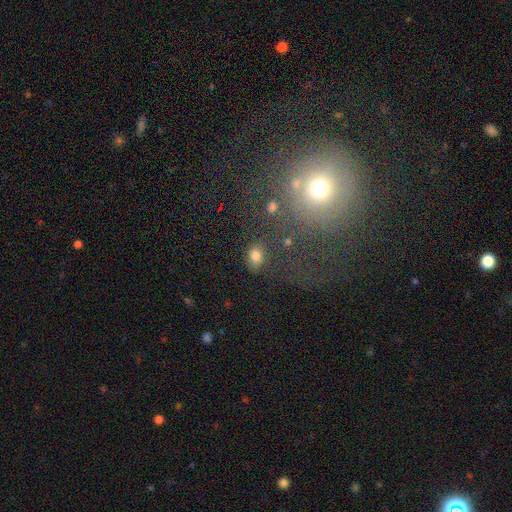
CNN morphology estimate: Smooth or featured? Predicted: smooth (p=0.79). How rounded? Predicted: in between (p=0.67). Merging? Predicted: none (p=0.76).